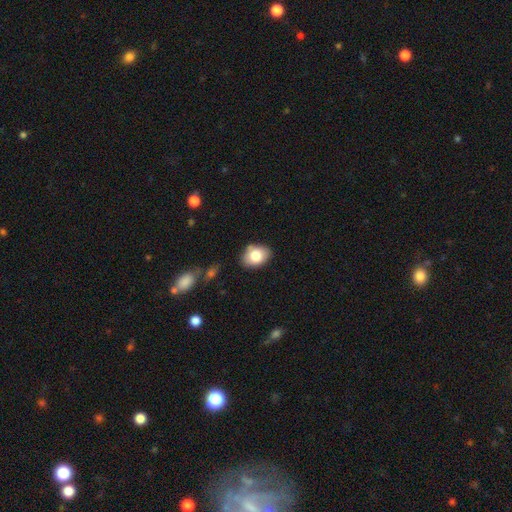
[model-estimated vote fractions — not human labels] Morphology: type=smooth (79%); roundness=in between (74%); merging=none (77%).